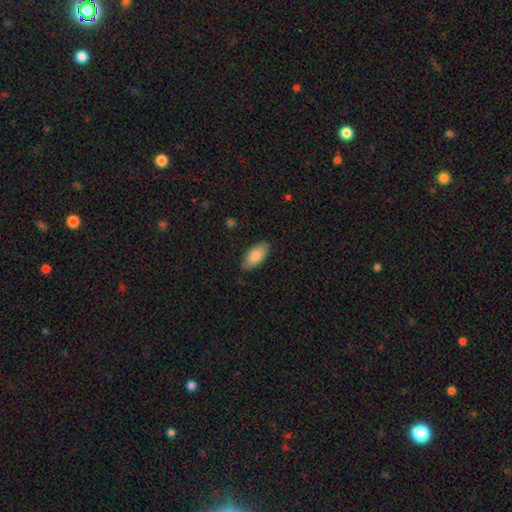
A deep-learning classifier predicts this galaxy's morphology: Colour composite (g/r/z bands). It shows a smooth galaxy with no disk features (86%) that is in between round and cigar-shaped (92%). Merging: none (85%).